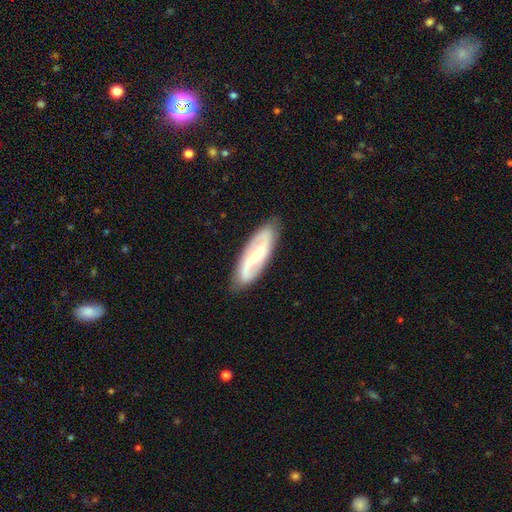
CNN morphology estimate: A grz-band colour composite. It shows a featured or disk galaxy (81%) with a weak bar (42%), 2 (91%) loose (47%) spiral arms (94%) and a small central bulge (48%). Merging: none (86%).